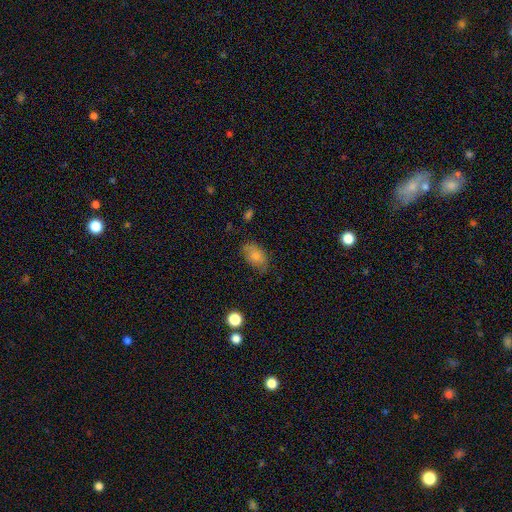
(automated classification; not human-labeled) Overall: smooth (76%). How rounded: in between (90%). Merging: none (64%; minor disturbance 26%).